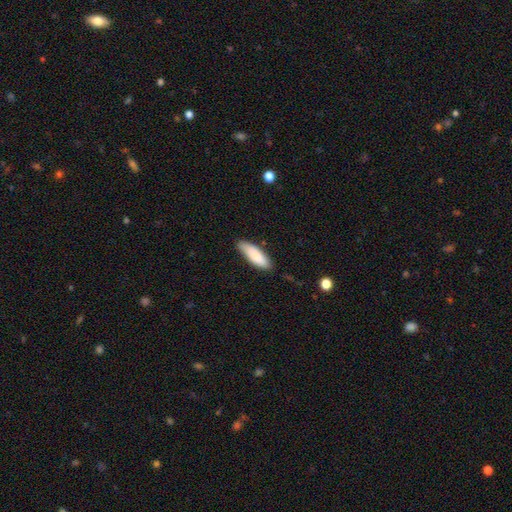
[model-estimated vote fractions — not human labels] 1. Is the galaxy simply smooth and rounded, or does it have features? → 86% smooth, 8% featured or disk, 5% star or artifact.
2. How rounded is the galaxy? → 58% in between, 41% cigar-shaped, 2% round.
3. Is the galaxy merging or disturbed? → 78% none, 18% minor disturbance, 3% major disturbance, 2% merger.